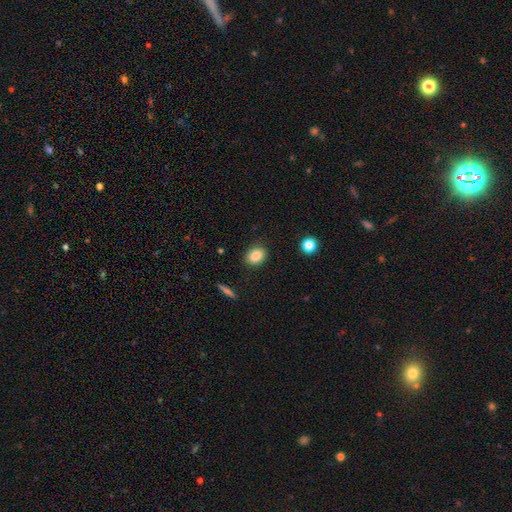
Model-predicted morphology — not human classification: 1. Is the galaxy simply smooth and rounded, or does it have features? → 85% smooth, 9% star or artifact, 6% featured or disk.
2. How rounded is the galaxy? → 64% in between, 35% round, 2% cigar-shaped.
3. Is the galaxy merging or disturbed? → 87% none, 9% minor disturbance, 2% major disturbance, 1% merger.